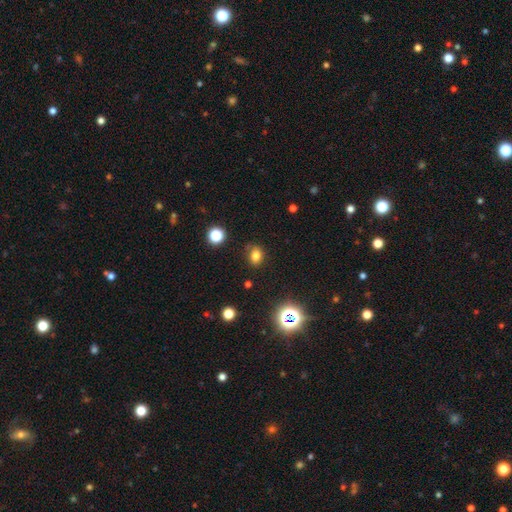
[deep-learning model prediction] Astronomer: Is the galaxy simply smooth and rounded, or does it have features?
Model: smooth — 77%.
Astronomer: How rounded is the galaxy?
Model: in between — 63%.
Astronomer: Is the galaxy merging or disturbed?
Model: none — 80%.